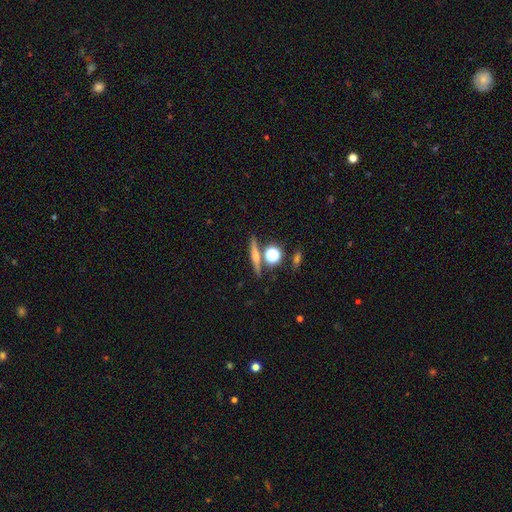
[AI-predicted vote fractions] A featured or disk galaxy (47%). Merging: none (80%).